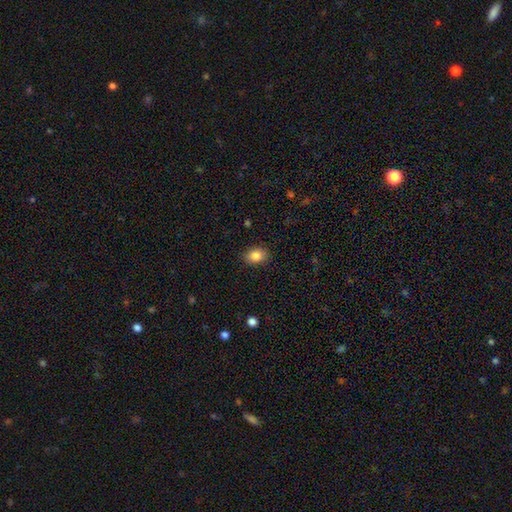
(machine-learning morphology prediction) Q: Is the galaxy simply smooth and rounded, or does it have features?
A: smooth — 85%.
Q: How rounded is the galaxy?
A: in between — 74%.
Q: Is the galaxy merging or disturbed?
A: none — 88%.